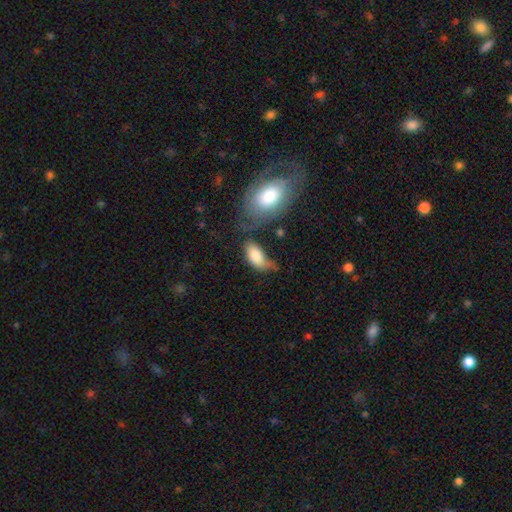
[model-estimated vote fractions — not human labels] A smooth galaxy with no disk features (80%) that is in between round and cigar-shaped (92%). Merging: minor disturbance (33%).